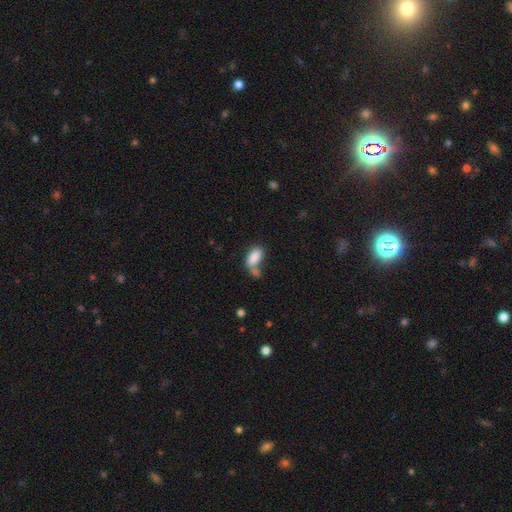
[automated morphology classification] Smooth or featured? smooth (83%)
How rounded? in between (91%)
Merging? none (36%)